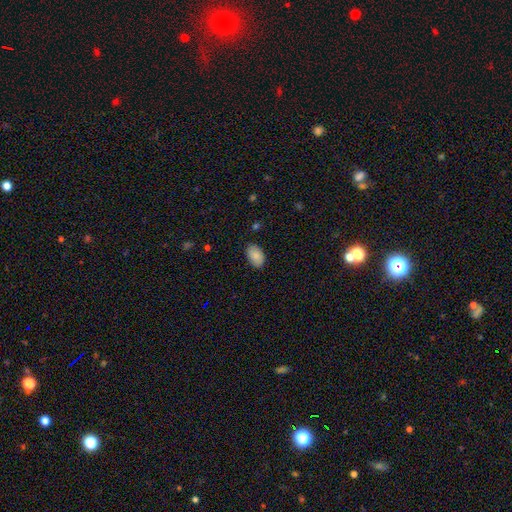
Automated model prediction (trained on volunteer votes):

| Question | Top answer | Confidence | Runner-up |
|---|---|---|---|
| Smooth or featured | smooth | 84% | featured or disk (9%) |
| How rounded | in between | 93% | round (6%) |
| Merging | none | 84% | minor disturbance (13%) |